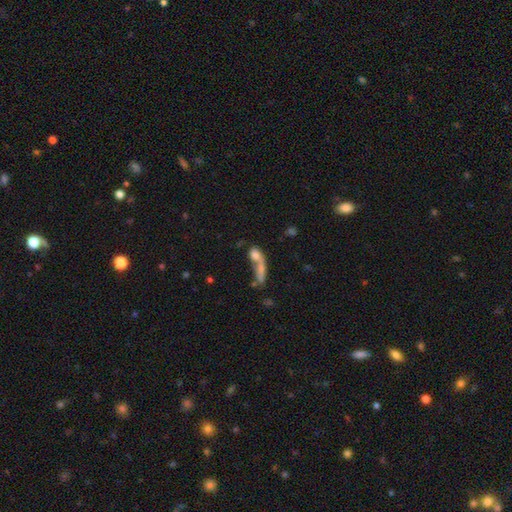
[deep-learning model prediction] Smooth or featured? smooth (63%)
How rounded? in between (46%)
Merging? merger (55%)